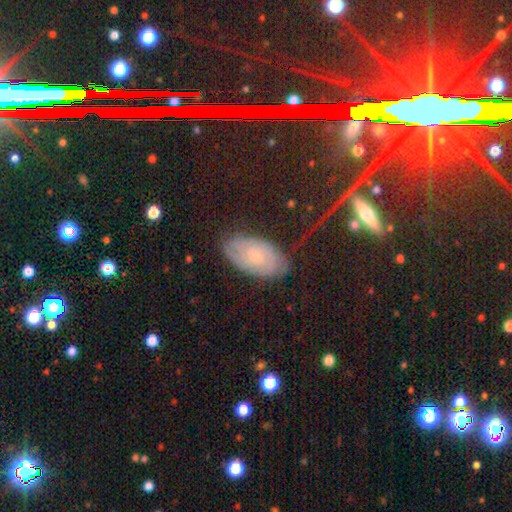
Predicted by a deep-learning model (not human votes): smooth_or_featured: featured or disk (p=0.51) [alt: smooth p=0.33]
disk_edge_on: no (p=0.93) [alt: yes p=0.07]
merging: none (p=0.78) [alt: minor disturbance p=0.17]